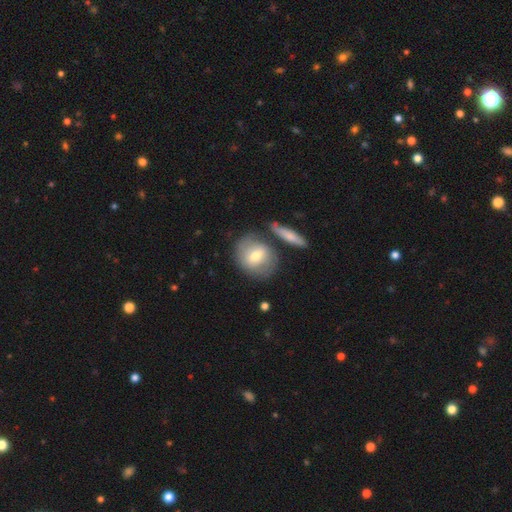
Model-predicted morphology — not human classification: Smooth or featured: smooth — 60% (featured or disk — 34%)
How rounded: round — 69% (in between — 29%)
Merging: none — 68% (minor disturbance — 15%)